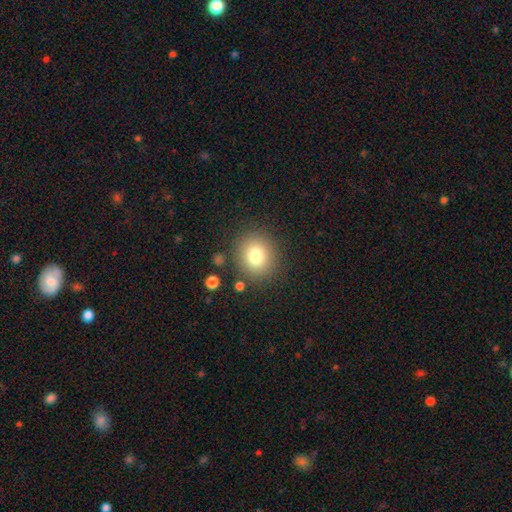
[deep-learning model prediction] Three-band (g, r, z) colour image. It shows a smooth galaxy with no disk features (78%) that is round (81%). Merging: none (85%).